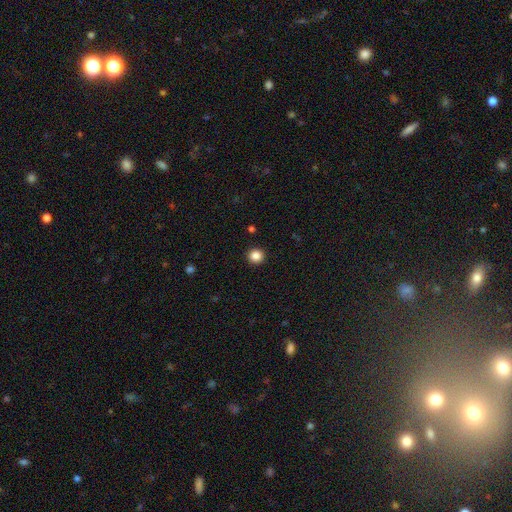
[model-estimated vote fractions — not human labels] Smooth or featured? Predicted: smooth (p=0.86). How rounded? Predicted: round (p=0.95). Merging? Predicted: none (p=0.93).